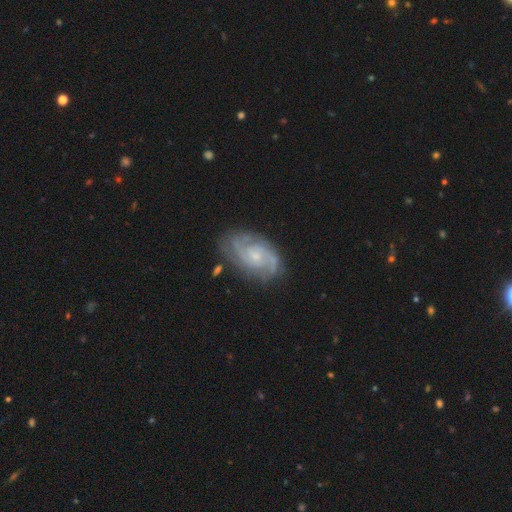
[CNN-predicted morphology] The model was most divided on "spiral winding": tight: 49%, medium: 43%, loose: 9%. More confident: spiral arms — yes (98%); edge-on disk — no (97%); smooth or featured — featured or disk (88%); merging — none (78%); bulge size — small (69%); spiral arm count — 2 (63%); bar — no (62%).